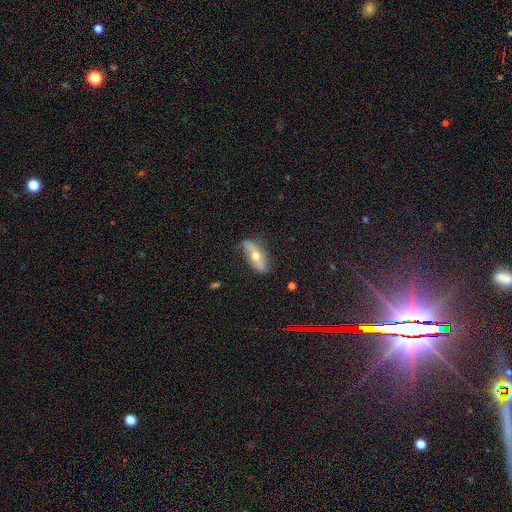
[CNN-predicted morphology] A featured or disk galaxy (51%). Merging: none (62%).